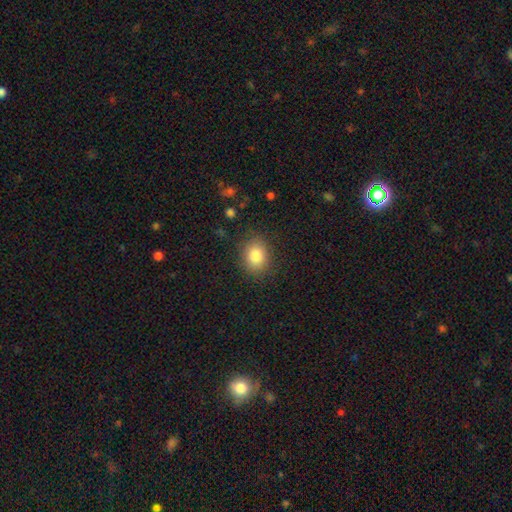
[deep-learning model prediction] smooth 83%, star or artifact 9%, featured or disk 8%. Down the decision tree: how rounded — in between (52%); merging — none (85%).